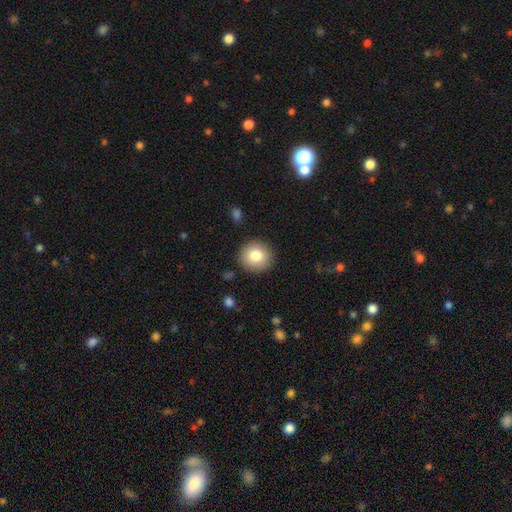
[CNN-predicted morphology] smooth-or-featured: smooth: 82% | featured or disk: 9% | star or artifact: 9%
  how-rounded: round: 91% | in between: 8% | cigar-shaped: 1%
  merging: none: 89% | minor disturbance: 7% | major disturbance: 2% | merger: 1%